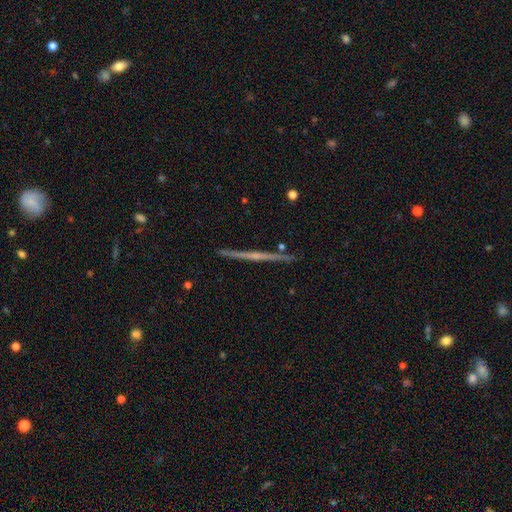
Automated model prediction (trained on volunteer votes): Smooth or featured? featured or disk (77%)
Edge-on disk? yes (98%)
Edge-on bulge? none (51%)
Merging? none (91%)